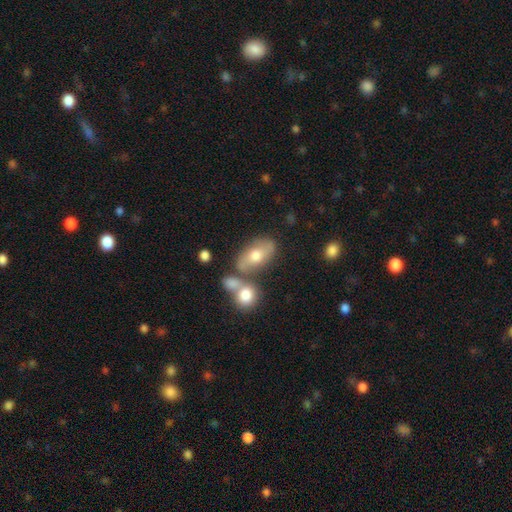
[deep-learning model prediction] This appears to be a smooth galaxy with no disk features (55%) that is in between round and cigar-shaped (86%). Merging: none (54%).